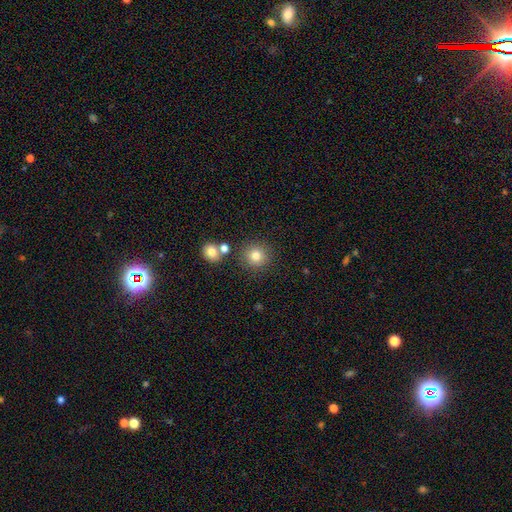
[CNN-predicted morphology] Overall: smooth (80%). How rounded: round (92%). Merging: none (83%).